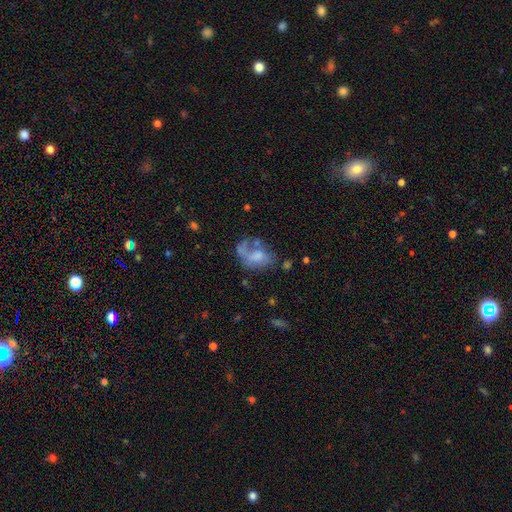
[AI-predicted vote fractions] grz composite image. It shows a smooth galaxy with no disk features (47%). Merging: major disturbance (33%).